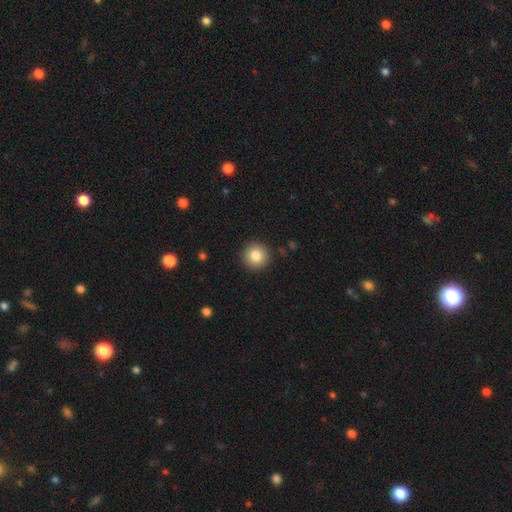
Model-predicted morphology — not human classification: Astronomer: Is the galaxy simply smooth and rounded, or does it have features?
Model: smooth — 83%.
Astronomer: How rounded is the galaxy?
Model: round — 95%.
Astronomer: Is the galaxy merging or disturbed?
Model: none — 92%.